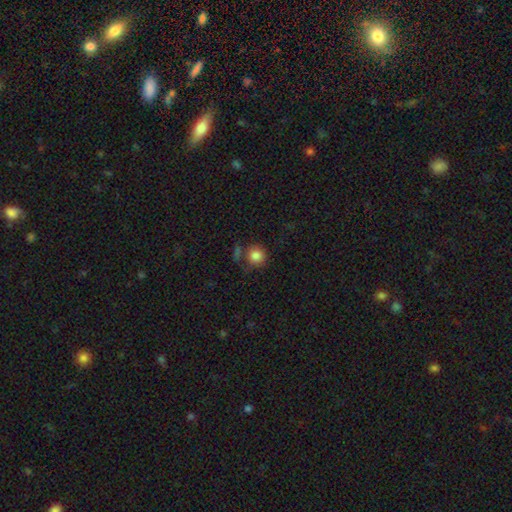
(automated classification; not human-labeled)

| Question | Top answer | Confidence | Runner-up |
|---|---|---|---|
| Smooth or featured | smooth | 83% | star or artifact (10%) |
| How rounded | round | 91% | in between (8%) |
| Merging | none | 70% | minor disturbance (13%) |